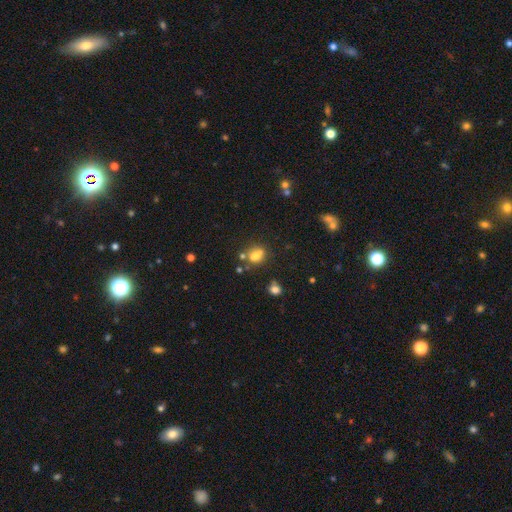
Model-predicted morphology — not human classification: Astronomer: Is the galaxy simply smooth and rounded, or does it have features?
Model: smooth — 71%.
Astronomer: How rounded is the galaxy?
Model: in between — 50% (runner-up: round, 48%).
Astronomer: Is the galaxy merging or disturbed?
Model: none — 52%.